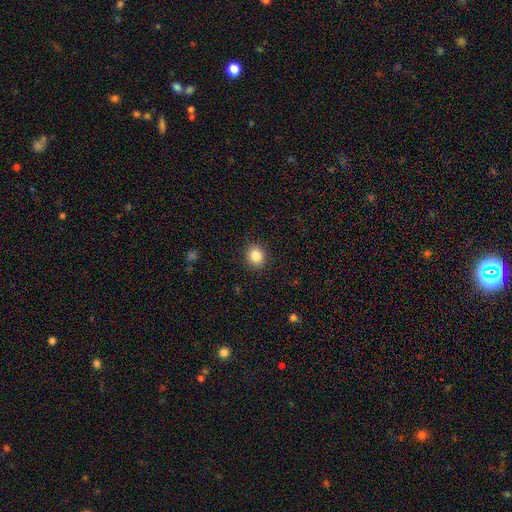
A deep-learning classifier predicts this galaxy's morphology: Smooth or featured? Predicted: smooth (p=0.85). How rounded? Predicted: round (p=0.77). Merging? Predicted: none (p=0.91).